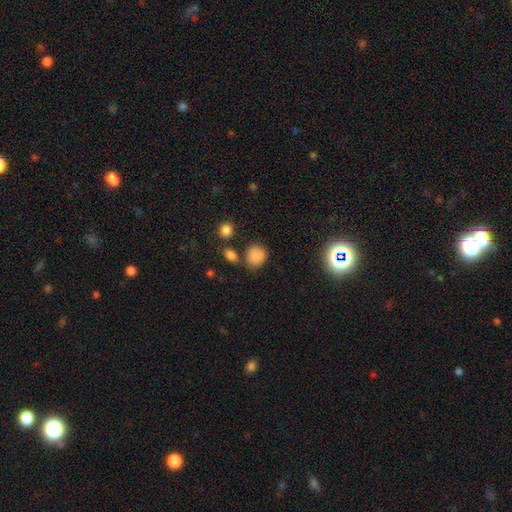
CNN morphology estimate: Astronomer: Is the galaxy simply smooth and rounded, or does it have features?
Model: smooth — 83%.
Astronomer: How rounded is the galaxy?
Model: round — 73%.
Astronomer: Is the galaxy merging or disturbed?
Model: none — 72%.